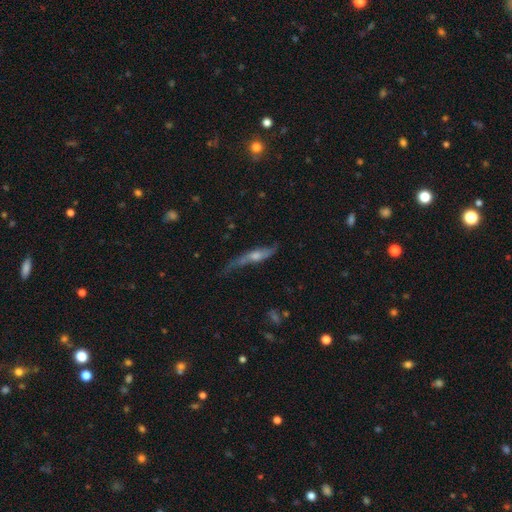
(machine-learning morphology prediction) The model was most divided on "edge-on disk": yes: 57%, no: 43%. Remaining: smooth or featured — featured or disk (65%); merging — none (47%).